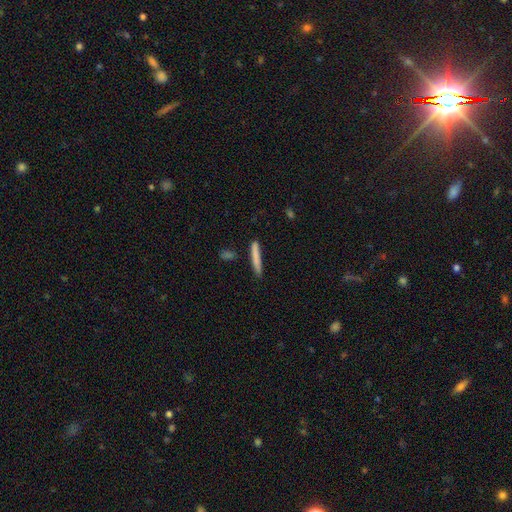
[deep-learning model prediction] The model was most divided on "smooth or featured": smooth: 80%, featured or disk: 14%, star or artifact: 6%. More confident: how rounded — cigar-shaped (95%); merging — none (84%).